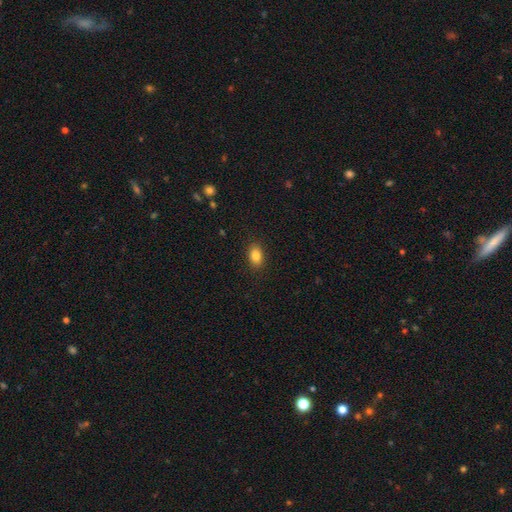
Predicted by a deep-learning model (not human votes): This is clearly a smooth galaxy (85%). How rounded: clearly in between (83%). Merging: clearly none (88%).